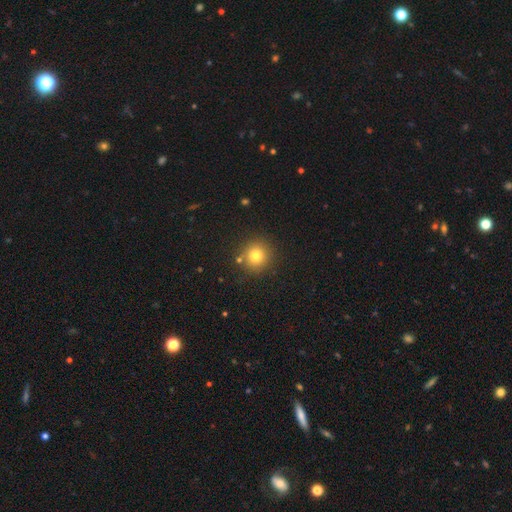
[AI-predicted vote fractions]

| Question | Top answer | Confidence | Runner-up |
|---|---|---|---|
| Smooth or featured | smooth | 79% | star or artifact (13%) |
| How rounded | round | 93% | in between (7%) |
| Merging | none | 84% | minor disturbance (8%) |